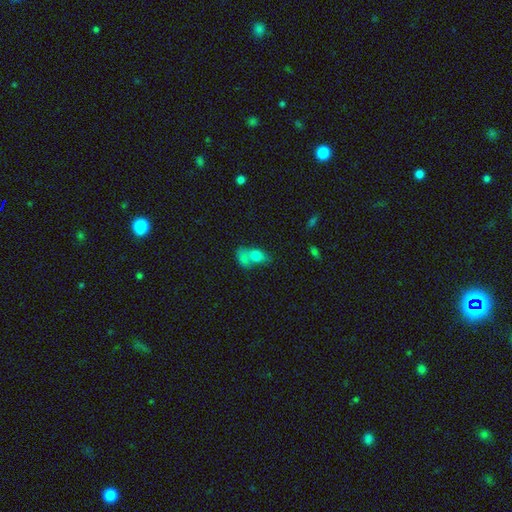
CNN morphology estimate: Smooth or featured: smooth — 75% (featured or disk — 16%)
How rounded: in between — 72% (round — 24%)
Merging: merger — 60% (none — 23%)